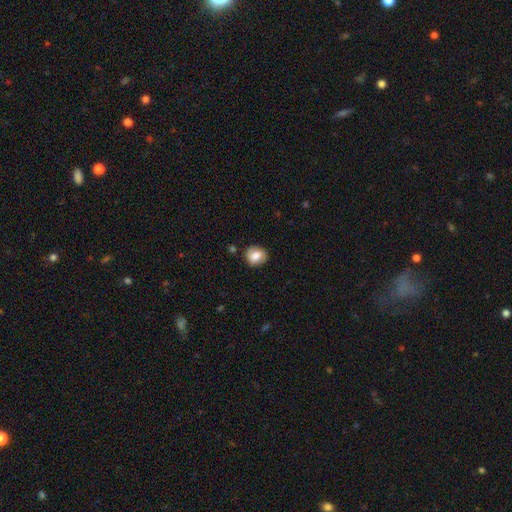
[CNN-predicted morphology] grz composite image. It shows a smooth galaxy with no disk features (74%) that is round (72%). Merging: none (83%).